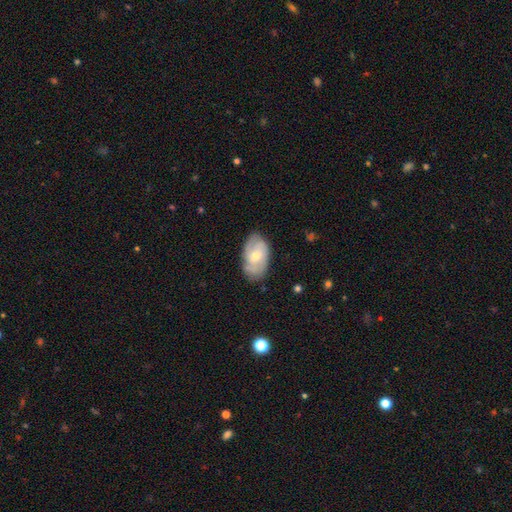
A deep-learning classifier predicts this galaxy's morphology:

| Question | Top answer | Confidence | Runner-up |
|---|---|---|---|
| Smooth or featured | featured or disk | 59% | smooth (34%) |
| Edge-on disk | no | 94% | yes (6%) |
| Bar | no | 60% | weak (32%) |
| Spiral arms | yes | 78% | no (22%) |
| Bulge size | moderate | 48% | tied: small (48%) |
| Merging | none | 74% | minor disturbance (20%) |